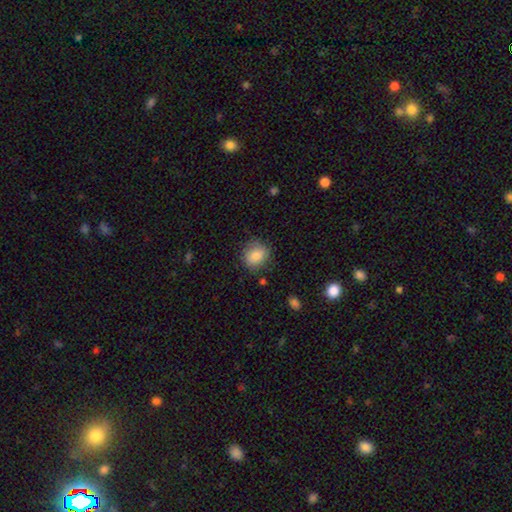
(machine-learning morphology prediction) Smooth or featured? Predicted: smooth (p=0.84). How rounded? Predicted: round (p=0.75). Merging? Predicted: none (p=0.78).